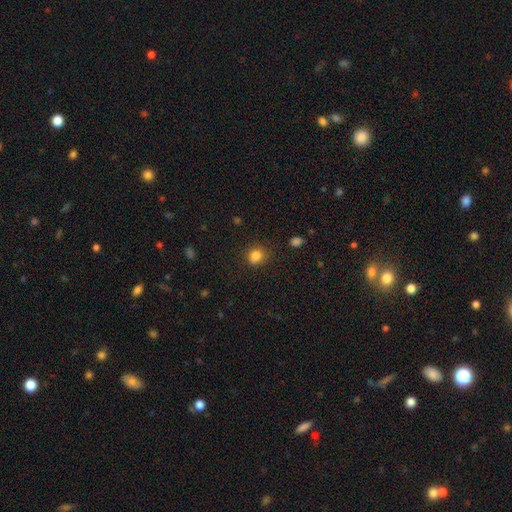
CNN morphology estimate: This appears to be a smooth galaxy with no disk features (82%) that is round (67%). Merging: none (73%).